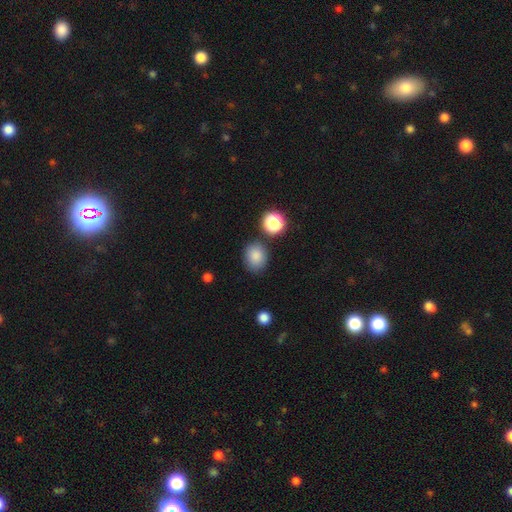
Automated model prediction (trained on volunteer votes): smooth_or_featured: smooth (p=0.84) [alt: star or artifact p=0.10]
how_rounded: round (p=0.54) [alt: in between p=0.45]
merging: none (p=0.78) [alt: minor disturbance p=0.13]